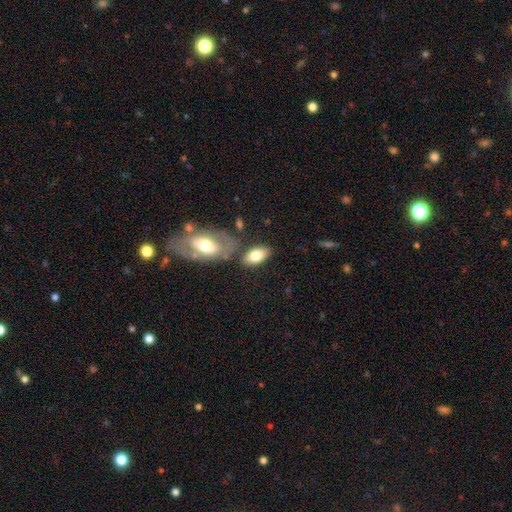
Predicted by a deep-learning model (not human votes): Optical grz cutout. It shows a smooth galaxy with no disk features (75%) that is in between round and cigar-shaped (92%). Merging: none (66%).